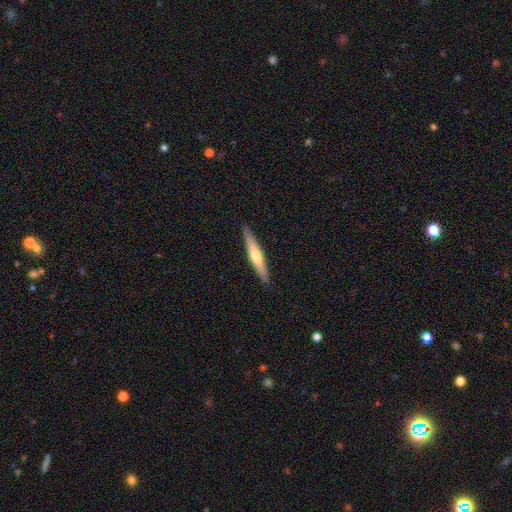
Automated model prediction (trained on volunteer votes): The model was most divided on "smooth or featured": featured or disk: 48%, smooth: 47%, star or artifact: 5%. More confident: merging — none (90%).